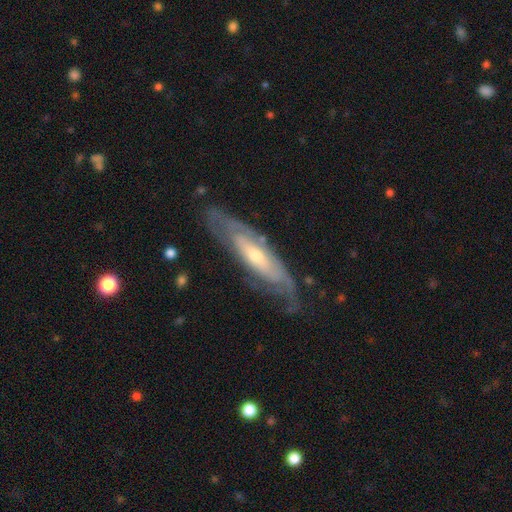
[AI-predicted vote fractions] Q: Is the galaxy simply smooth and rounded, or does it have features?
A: featured or disk — 80%.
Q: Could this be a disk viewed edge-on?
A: no — 71%.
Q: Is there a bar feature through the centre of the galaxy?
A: no — 60%.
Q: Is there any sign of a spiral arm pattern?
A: yes — 85%.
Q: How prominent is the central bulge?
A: small — 55%.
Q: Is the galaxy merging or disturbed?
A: none — 71%.